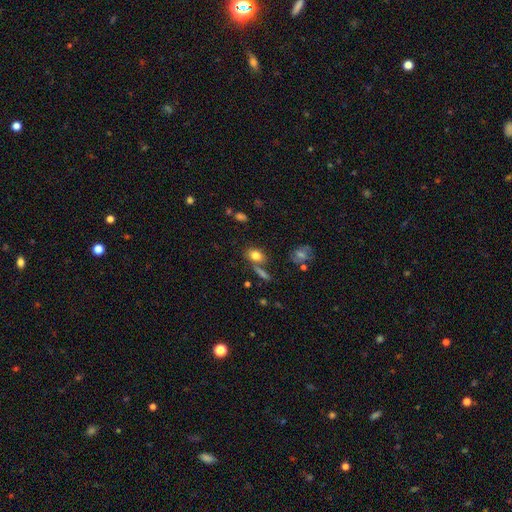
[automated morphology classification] Smooth or featured? Predicted: smooth (p=0.80). How rounded? Predicted: in between (p=0.66). Merging? Predicted: none (p=0.67).